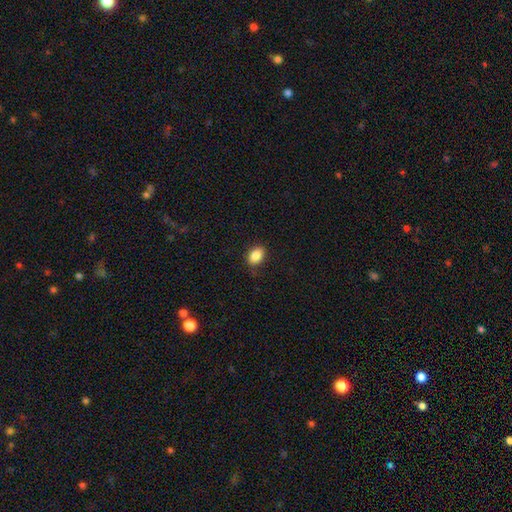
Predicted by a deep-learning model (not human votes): A smooth galaxy with no disk features (87%) that is in between round and cigar-shaped (80%).

Vote fractions:
- Smooth or featured? smooth: 87% / star or artifact: 8% / featured or disk: 4%
- How rounded? in between: 80% / round: 18% / cigar-shaped: 1%
- Merging? none: 84% / minor disturbance: 13% / major disturbance: 3% / merger: 1%